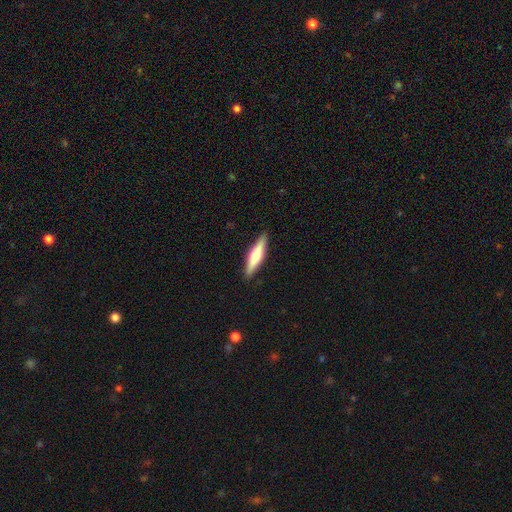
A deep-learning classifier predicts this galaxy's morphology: Smooth or featured? Predicted: smooth (p=0.49). Merging? Predicted: none (p=0.91).